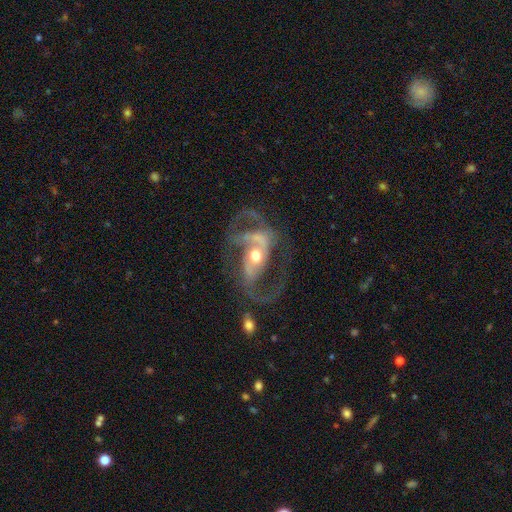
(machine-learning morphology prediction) Overall: featured or disk (86%). Edge-on disk: no (97%). Bar: no (44%; weak 33%). Spiral arms: yes (89%). Spiral arm count: 2 (66%). Spiral winding: medium (48%; loose 39%). Bulge size: moderate (69%). Merging: none (42%; major disturbance 35%).